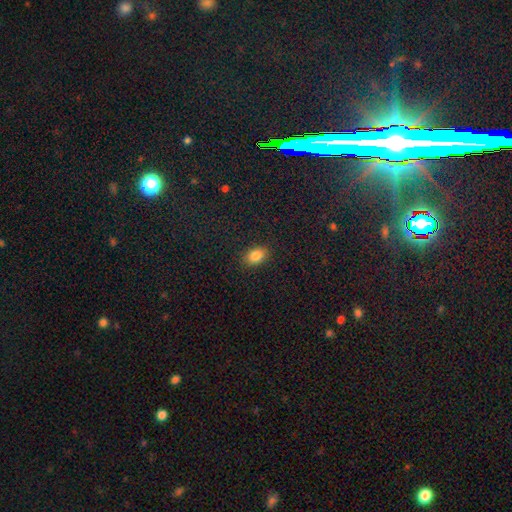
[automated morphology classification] This appears to be a smooth galaxy with no disk features (84%) that is in between round and cigar-shaped (80%). Merging: none (88%).